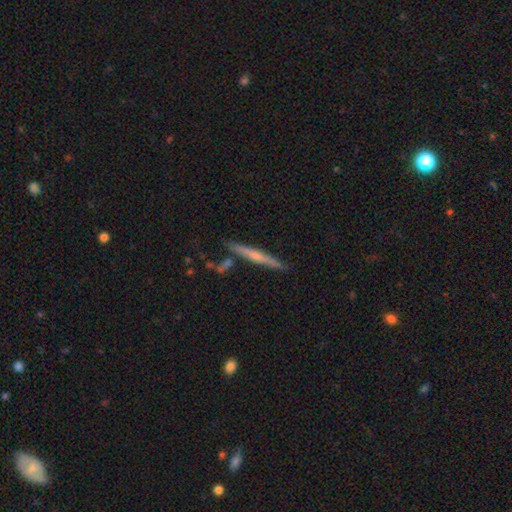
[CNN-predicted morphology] A featured or disk galaxy (58%) viewed edge-on (97%) with a rounded central bulge (56%).

Vote fractions:
- Smooth or featured? featured or disk: 58% / smooth: 35% / star or artifact: 6%
- Edge-on disk? yes: 97% / no: 3%
- Edge-on bulge? rounded: 56% / none: 37% / boxy: 6%
- Merging? none: 82% / minor disturbance: 10% / merger: 5% / major disturbance: 2%